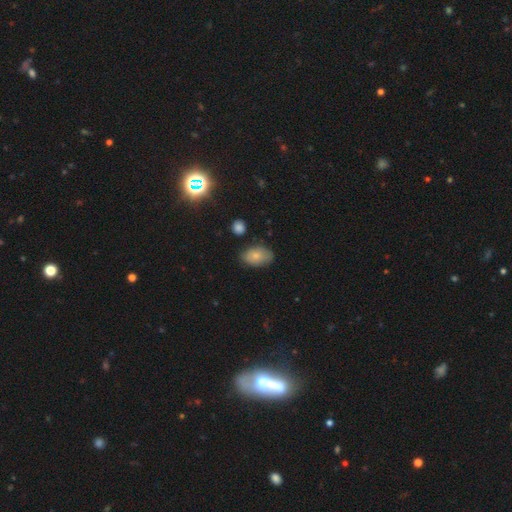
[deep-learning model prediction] smooth_or_featured: smooth (p=0.77) [alt: featured or disk p=0.14]
how_rounded: in between (p=0.88) [alt: round p=0.11]
merging: none (p=0.73) [alt: minor disturbance p=0.20]